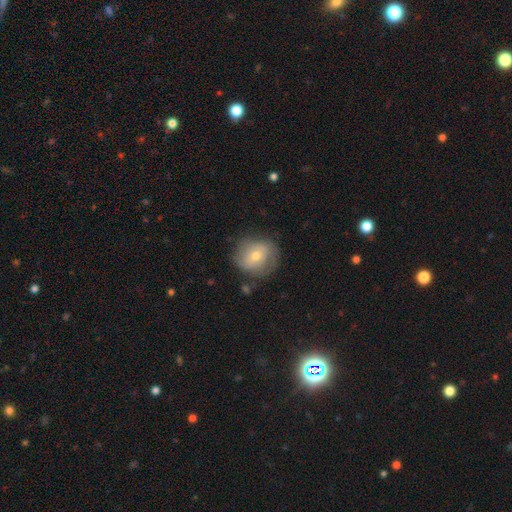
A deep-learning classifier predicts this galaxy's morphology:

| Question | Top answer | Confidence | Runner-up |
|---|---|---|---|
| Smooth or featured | smooth | 52% | featured or disk (40%) |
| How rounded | round | 80% | in between (19%) |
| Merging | none | 68% | minor disturbance (21%) |